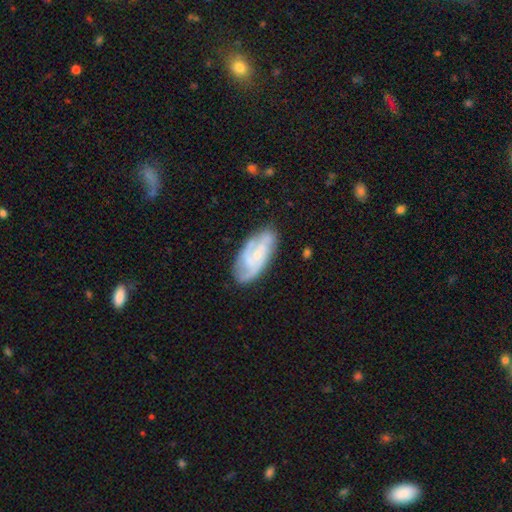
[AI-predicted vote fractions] Overall: featured or disk (74%). Edge-on disk: no (95%). Bar: no (64%; weak 29%). Spiral arms: yes (92%). Spiral arm count: 3 (32%; 2 28%). Spiral winding: tight (43%, tied with medium). Bulge size: small (65%). Merging: none (73%).